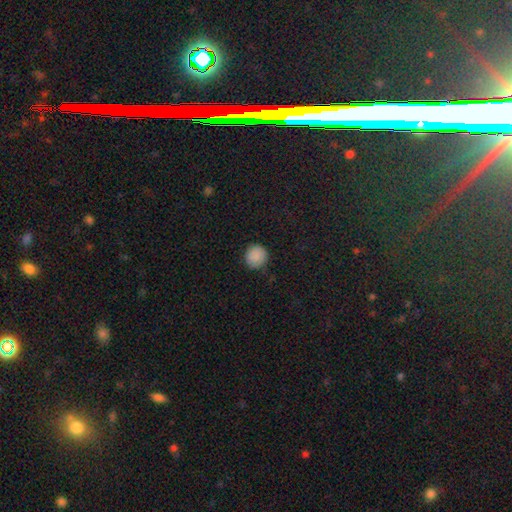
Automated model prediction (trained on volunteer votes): A smooth galaxy with no disk features (88%) that is round (93%).

Vote fractions:
- Smooth or featured? smooth: 88% / star or artifact: 9% / featured or disk: 3%
- How rounded? round: 93% / in between: 6% / cigar-shaped: 1%
- Merging? none: 87% / minor disturbance: 10% / major disturbance: 2% / merger: 1%